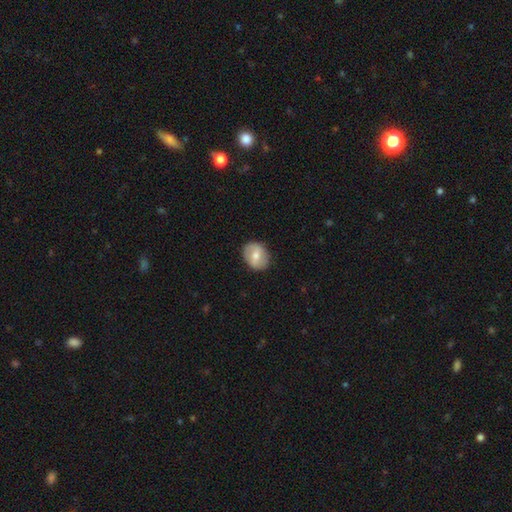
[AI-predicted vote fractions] Q: Smooth or featured?
A: smooth (56%); runner-up: featured or disk (38%)
Q: How rounded?
A: round (50%); runner-up: in between (49%)
Q: Merging?
A: none (86%); runner-up: minor disturbance (10%)